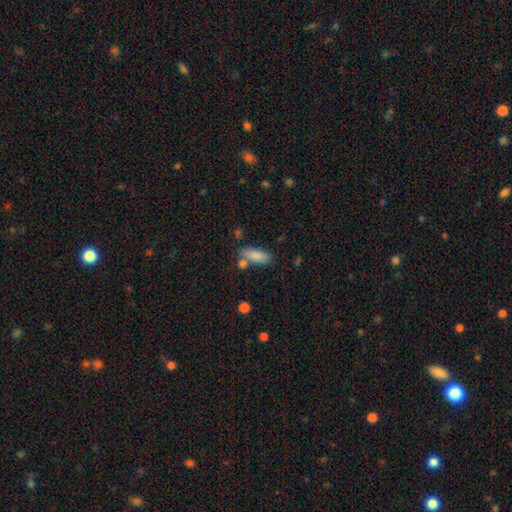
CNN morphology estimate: A smooth galaxy with no disk features (84%) that is in between round and cigar-shaped (71%).

Vote fractions:
- Smooth or featured? smooth: 84% / featured or disk: 9% / star or artifact: 7%
- How rounded? in between: 71% / cigar-shaped: 26% / round: 3%
- Merging? none: 61% / minor disturbance: 18% / merger: 16% / major disturbance: 5%